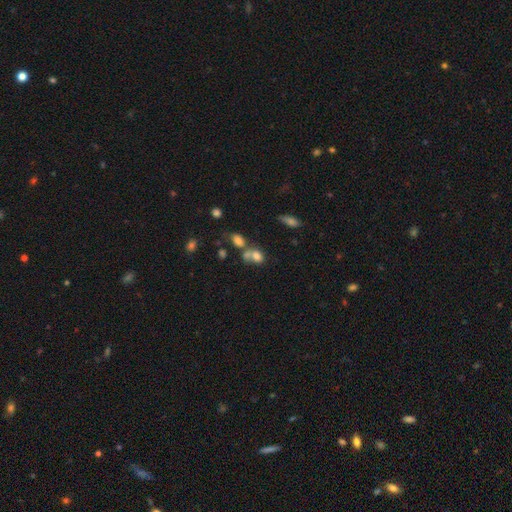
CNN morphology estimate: Q: Smooth or featured?
A: smooth (74%); runner-up: star or artifact (13%)
Q: How rounded?
A: in between (60%); runner-up: round (38%)
Q: Merging?
A: merger (53%); runner-up: none (28%)